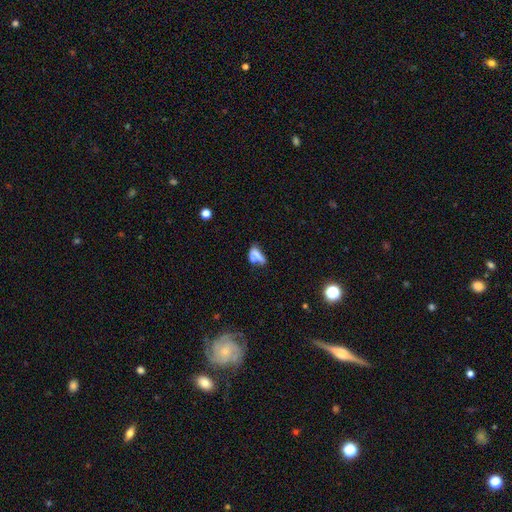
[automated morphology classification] This appears to be a smooth galaxy with no disk features (63%) that is in between round and cigar-shaped (79%). Merging: merger (36%).